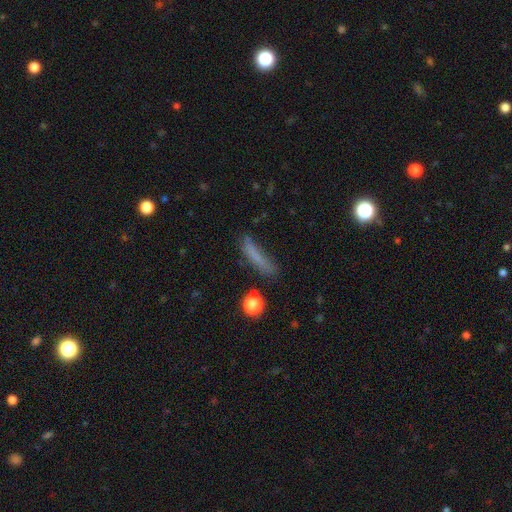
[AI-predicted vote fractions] This is likely a smooth galaxy (70%). How rounded: clearly cigar-shaped (85%). Merging: likely none (63%).